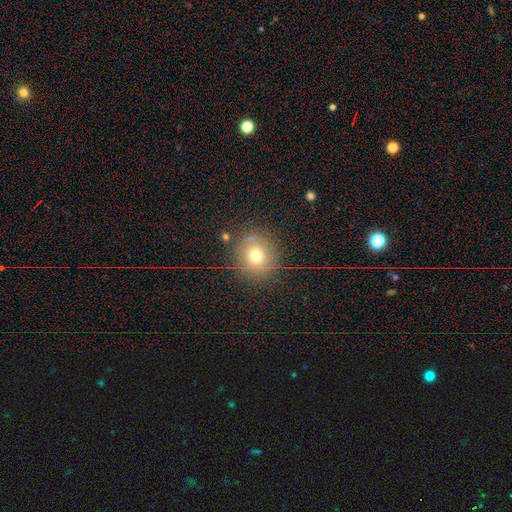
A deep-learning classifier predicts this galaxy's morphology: smooth_or_featured: smooth (p=0.68) [alt: star or artifact p=0.18]
how_rounded: round (p=0.85) [alt: in between p=0.14]
merging: none (p=0.83) [alt: minor disturbance p=0.11]